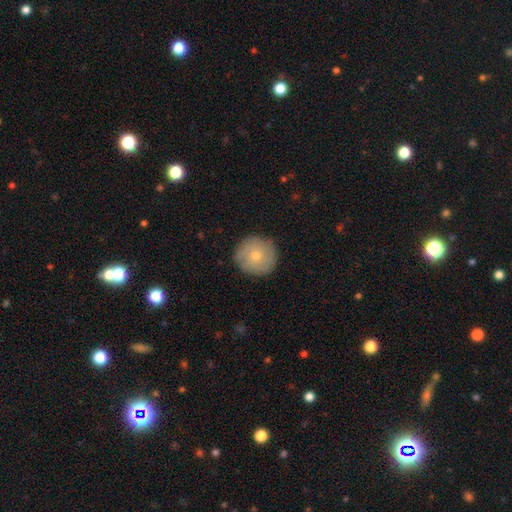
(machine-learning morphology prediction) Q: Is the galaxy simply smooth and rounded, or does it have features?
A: smooth — 64%.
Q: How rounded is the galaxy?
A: round — 95%.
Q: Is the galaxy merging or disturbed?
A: none — 86%.